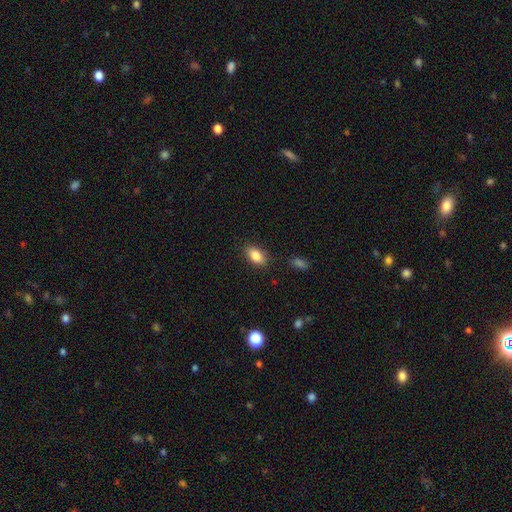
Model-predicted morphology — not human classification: The model was most divided on "merging": none: 84%, minor disturbance: 11%, major disturbance: 3%, merger: 2%. More confident: how rounded — in between (90%); smooth or featured — smooth (85%).